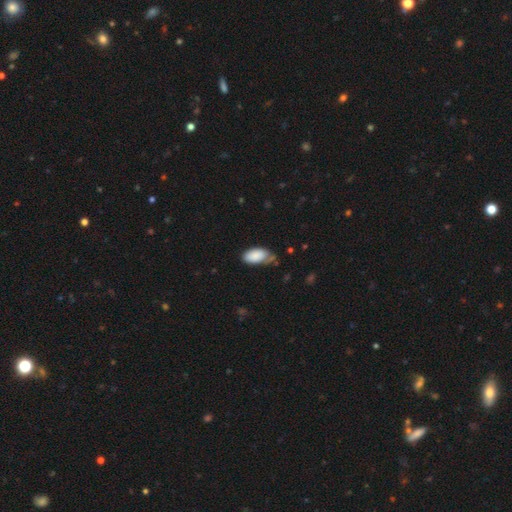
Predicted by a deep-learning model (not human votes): Smooth or featured?
  - smooth: 88% *
  - star or artifact: 6%
  - featured or disk: 5%
How rounded?
  - in between: 95% *
  - cigar-shaped: 3%
  - round: 2%
Merging?
  - none: 59% *
  - minor disturbance: 30%
  - major disturbance: 7%
  - merger: 5%